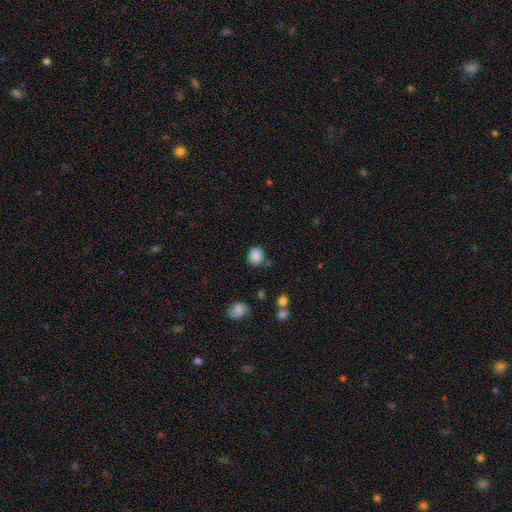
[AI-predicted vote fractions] Morphology: type=smooth (86%); roundness=round (57%); merging=none (69%).